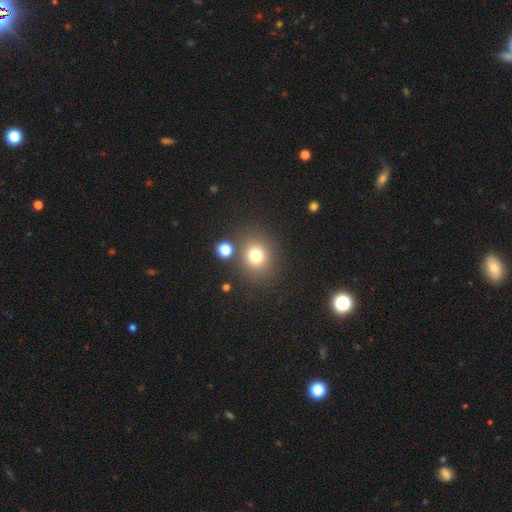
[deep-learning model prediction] The model was most divided on "how rounded": round: 79%, in between: 20%, cigar-shaped: 1%. More confident: merging — none (80%); smooth or featured — smooth (76%).